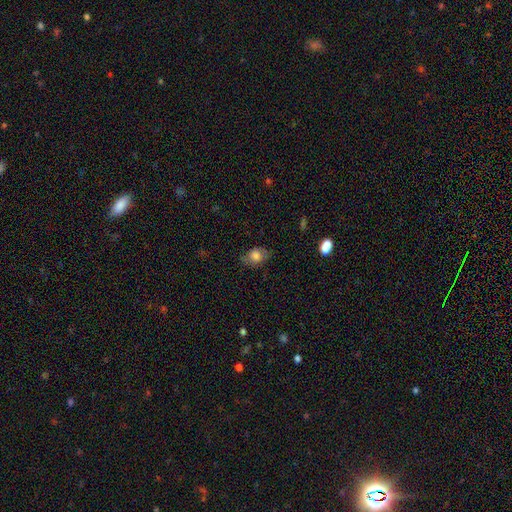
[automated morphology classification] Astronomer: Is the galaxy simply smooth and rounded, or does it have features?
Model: smooth — 73%.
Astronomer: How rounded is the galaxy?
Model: in between — 68%.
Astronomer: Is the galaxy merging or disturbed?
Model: none — 69%.